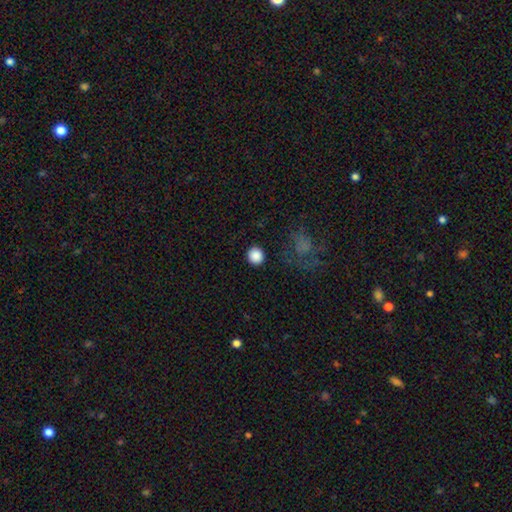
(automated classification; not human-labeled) Smooth or featured: smooth — 88% (star or artifact — 9%)
How rounded: round — 92% (in between — 7%)
Merging: none — 90% (minor disturbance — 6%)